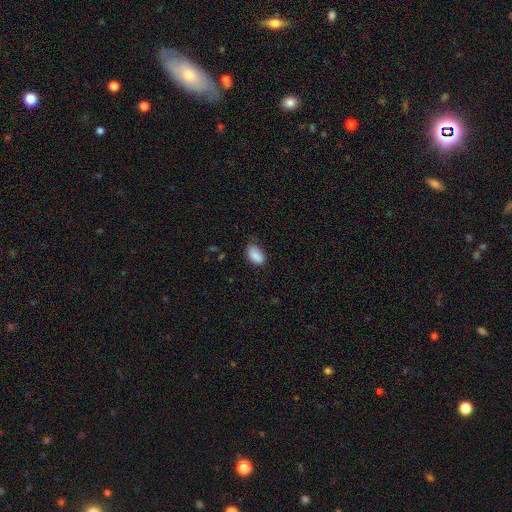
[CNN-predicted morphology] Q: Smooth or featured?
A: smooth (88%); runner-up: star or artifact (7%)
Q: How rounded?
A: in between (93%); runner-up: round (5%)
Q: Merging?
A: none (68%); runner-up: minor disturbance (25%)